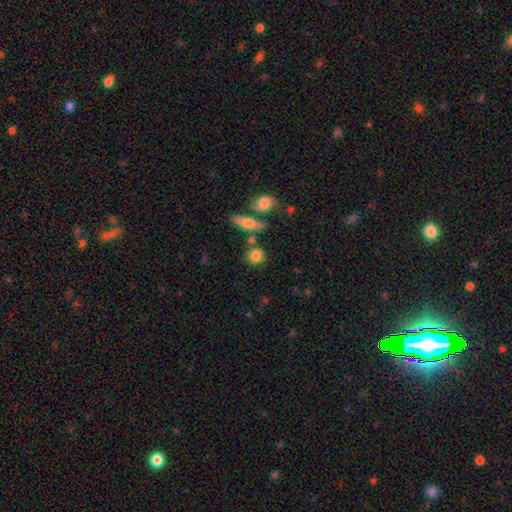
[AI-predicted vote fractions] This appears to be a smooth galaxy with no disk features (82%) that is round (80%). Merging: none (73%).